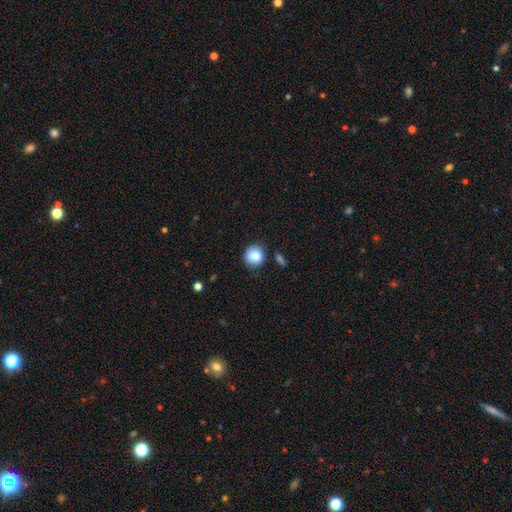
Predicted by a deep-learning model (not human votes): This is clearly a smooth galaxy (84%). How rounded: clearly round (88%). Merging: clearly none (82%).